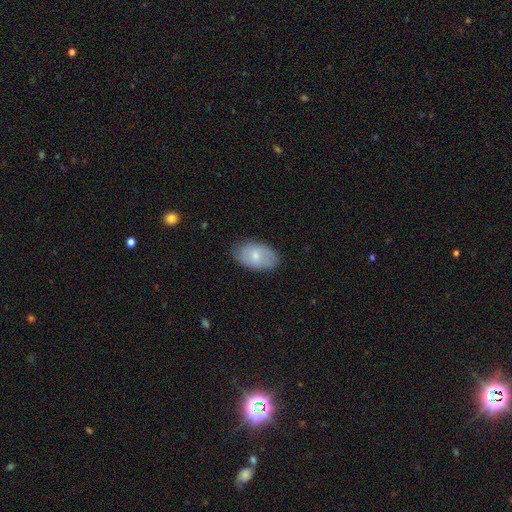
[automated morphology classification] A smooth galaxy with no disk features (55%) that is in between round and cigar-shaped (91%). Merging: none (77%).